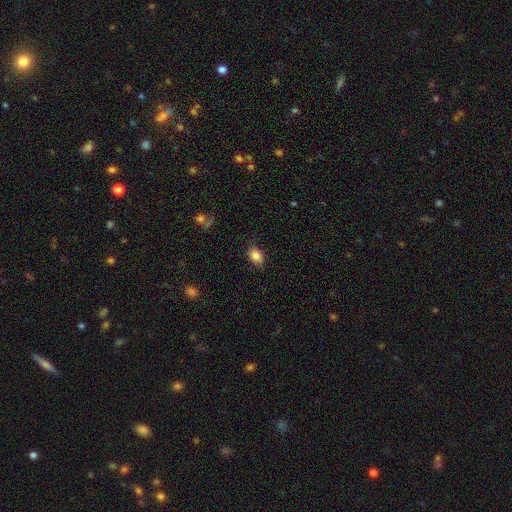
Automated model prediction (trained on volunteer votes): Overall: smooth (86%). How rounded: in between (76%). Merging: none (80%).